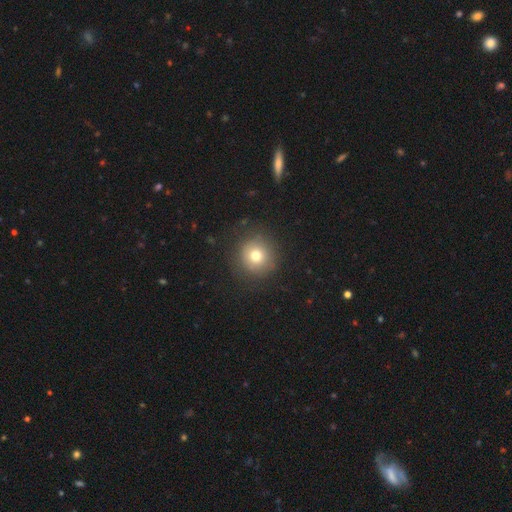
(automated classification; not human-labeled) Q: Smooth or featured?
A: smooth (75%); runner-up: star or artifact (13%)
Q: How rounded?
A: round (94%); runner-up: in between (5%)
Q: Merging?
A: none (86%); runner-up: minor disturbance (9%)